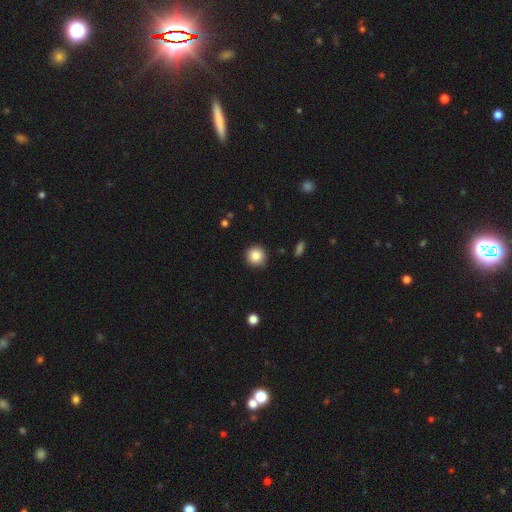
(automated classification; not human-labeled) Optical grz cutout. It shows a smooth galaxy with no disk features (85%) that is round (94%). Merging: none (88%).